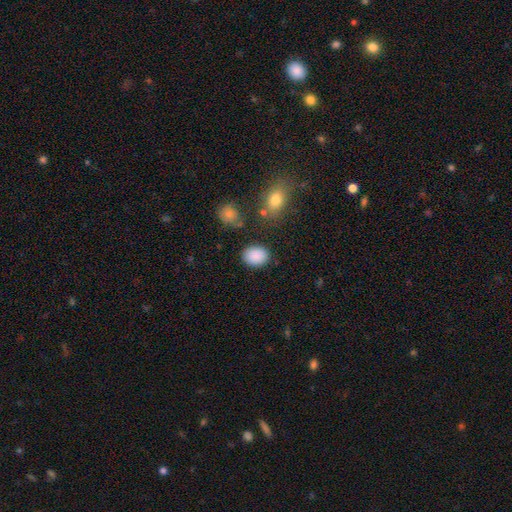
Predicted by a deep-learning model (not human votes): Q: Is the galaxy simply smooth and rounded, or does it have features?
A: smooth — 88%.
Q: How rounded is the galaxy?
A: in between — 59%.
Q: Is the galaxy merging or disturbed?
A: none — 84%.